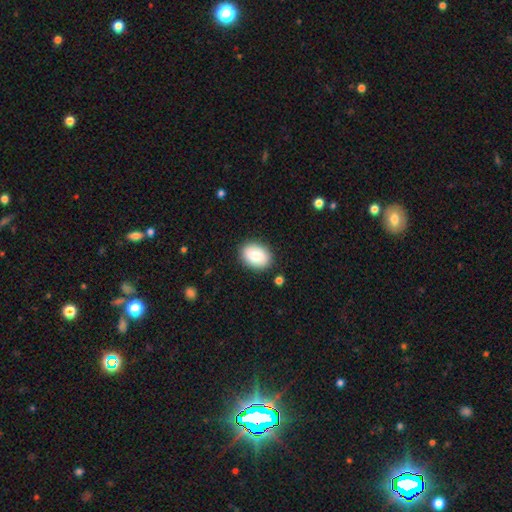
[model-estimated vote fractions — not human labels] Morphology: type=smooth (78%); roundness=in between (72%); merging=none (87%).